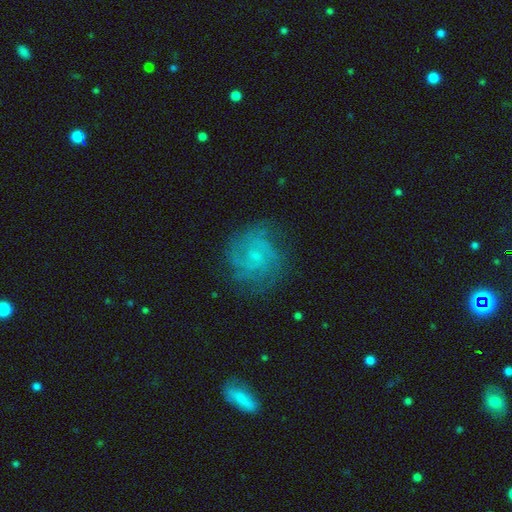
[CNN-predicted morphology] Q: Smooth or featured?
A: featured or disk (68%); runner-up: smooth (22%)
Q: Edge-on disk?
A: no (98%); runner-up: yes (2%)
Q: Bar?
A: no (69%); runner-up: weak (27%)
Q: Spiral arms?
A: yes (89%); runner-up: no (11%)
Q: Spiral winding?
A: tight (47%); runner-up: medium (40%)
Q: Spiral arm count?
A: can't tell (36%); runner-up: 3 (21%)
Q: Bulge size?
A: small (73%); runner-up: moderate (13%)
Q: Merging?
A: none (71%); runner-up: minor disturbance (18%)